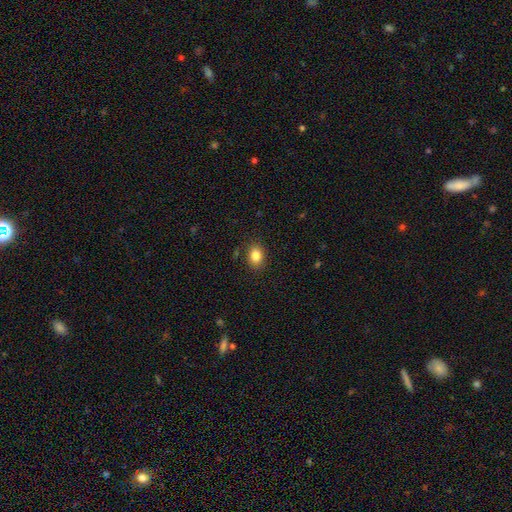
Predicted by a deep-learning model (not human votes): A smooth galaxy with no disk features (84%) that is in between round and cigar-shaped (68%).

Vote fractions:
- Smooth or featured? smooth: 84% / star or artifact: 9% / featured or disk: 6%
- How rounded? in between: 68% / round: 31% / cigar-shaped: 1%
- Merging? none: 86% / minor disturbance: 10% / major disturbance: 3% / merger: 1%